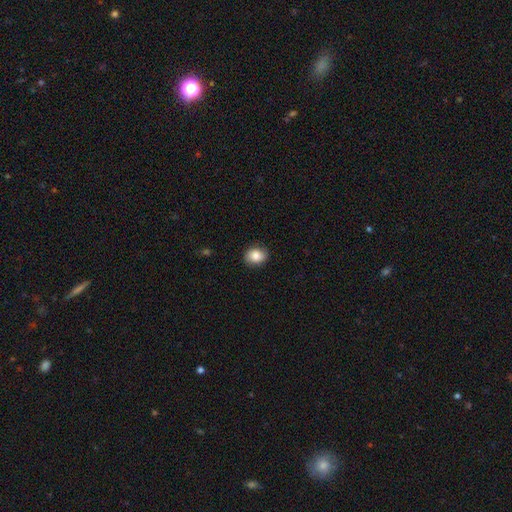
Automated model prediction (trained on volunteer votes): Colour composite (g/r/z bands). It shows a smooth galaxy with no disk features (84%) that is in between round and cigar-shaped (53%). Merging: none (85%).